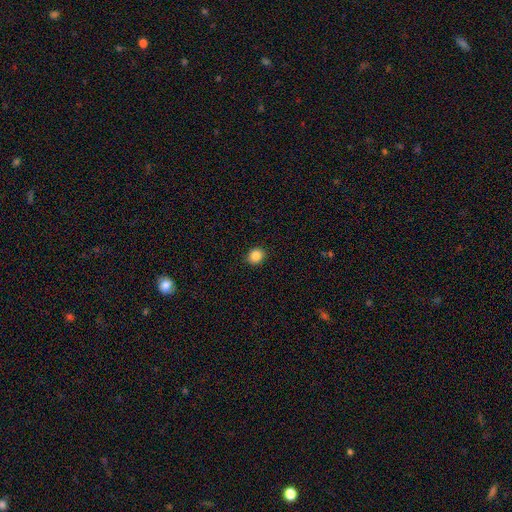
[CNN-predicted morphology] type=smooth (86%); roundness=round (77%); merging=none (90%).